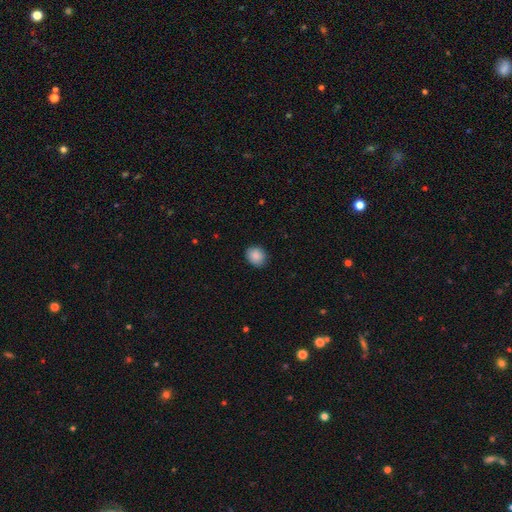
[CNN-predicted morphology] A smooth galaxy with no disk features (89%) that is round (70%). Merging: none (86%).